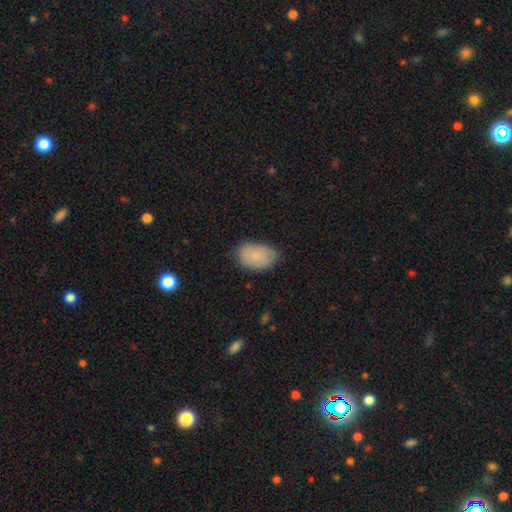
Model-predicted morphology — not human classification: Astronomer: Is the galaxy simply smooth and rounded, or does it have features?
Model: smooth — 83%.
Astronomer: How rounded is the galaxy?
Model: in between — 90%.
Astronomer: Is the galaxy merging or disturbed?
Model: none — 70%.